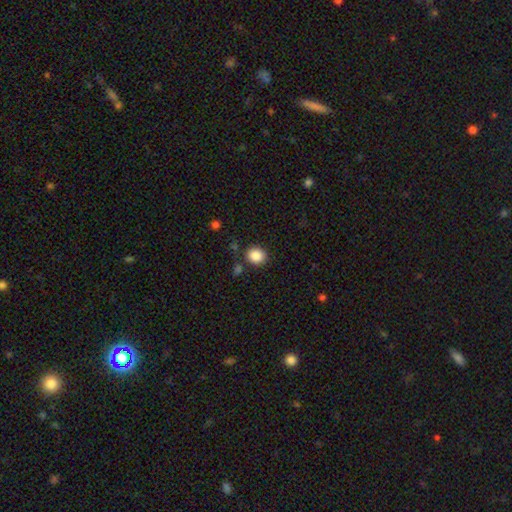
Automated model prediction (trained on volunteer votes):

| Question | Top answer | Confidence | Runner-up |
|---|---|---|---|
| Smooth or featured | smooth | 87% | star or artifact (9%) |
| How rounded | round | 71% | in between (28%) |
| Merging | none | 83% | minor disturbance (9%) |